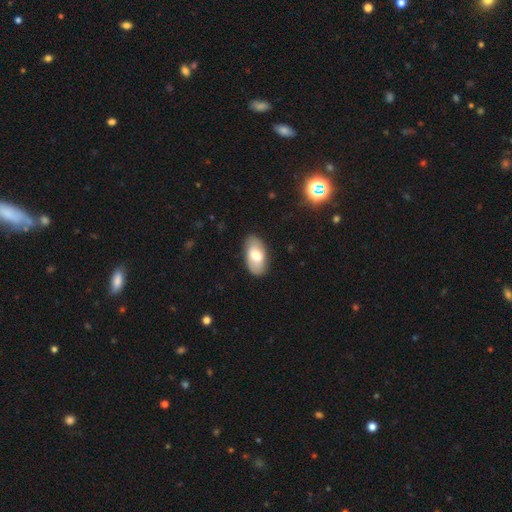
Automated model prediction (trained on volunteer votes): The model was most divided on "smooth or featured": smooth: 69%, featured or disk: 25%, star or artifact: 6%. More confident: how rounded — in between (94%); merging — none (85%).